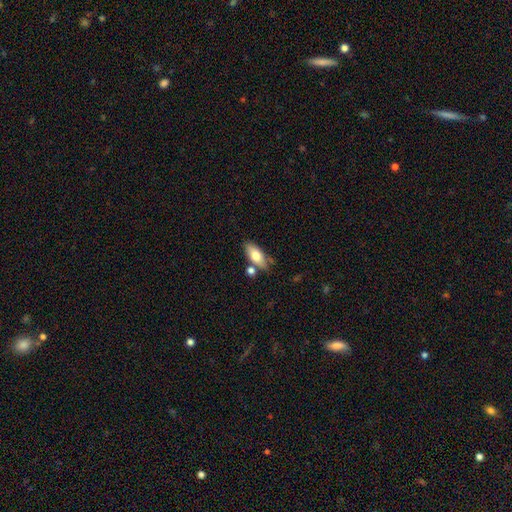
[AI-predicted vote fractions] Morphology: type=smooth (73%); roundness=in between (84%); merging=none (68%).